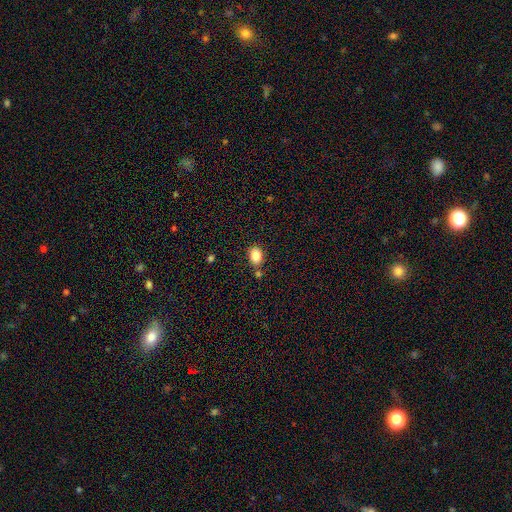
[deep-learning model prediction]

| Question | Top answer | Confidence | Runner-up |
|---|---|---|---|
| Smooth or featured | smooth | 85% | star or artifact (9%) |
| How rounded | in between | 63% | round (36%) |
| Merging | none | 75% | minor disturbance (12%) |